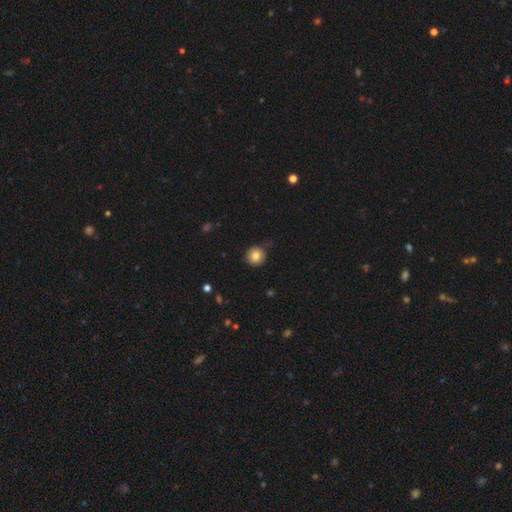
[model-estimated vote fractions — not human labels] Smooth or featured? Predicted: smooth (p=0.82). How rounded? Predicted: round (p=0.93). Merging? Predicted: none (p=0.81).